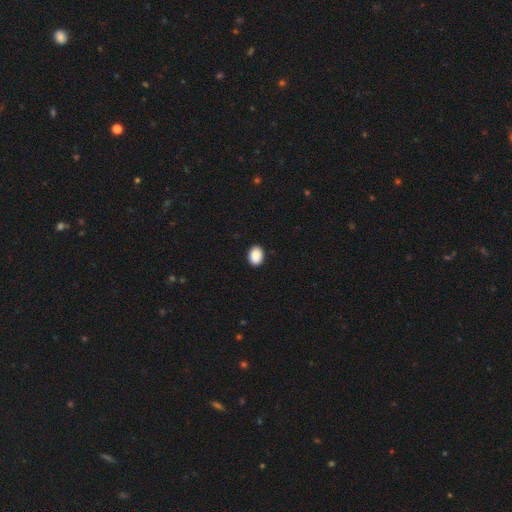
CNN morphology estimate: This appears to be a smooth galaxy with no disk features (90%) that is in between round and cigar-shaped (74%). Merging: none (91%).